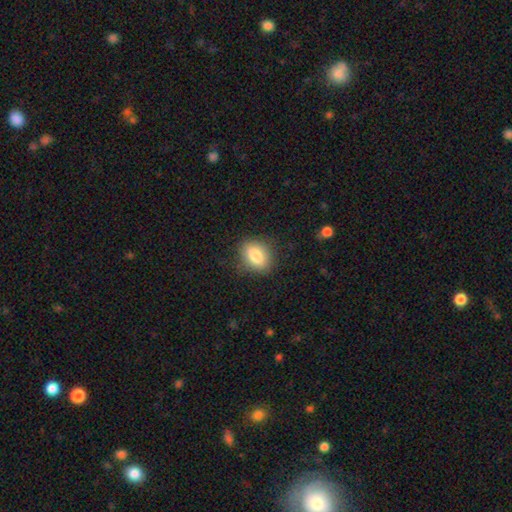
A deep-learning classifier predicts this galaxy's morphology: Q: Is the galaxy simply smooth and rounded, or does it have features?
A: smooth — 82%.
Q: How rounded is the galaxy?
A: in between — 73%.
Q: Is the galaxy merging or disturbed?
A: none — 83%.